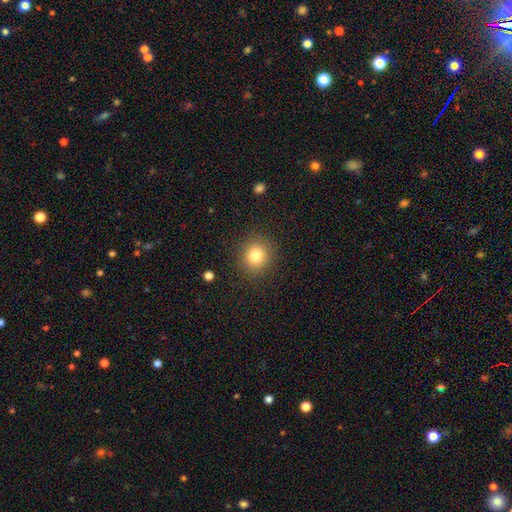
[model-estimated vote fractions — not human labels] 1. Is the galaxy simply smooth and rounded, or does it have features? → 82% smooth, 11% star or artifact, 7% featured or disk.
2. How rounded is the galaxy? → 83% round, 16% in between, 1% cigar-shaped.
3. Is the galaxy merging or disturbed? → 88% none, 8% minor disturbance, 3% major disturbance, 1% merger.